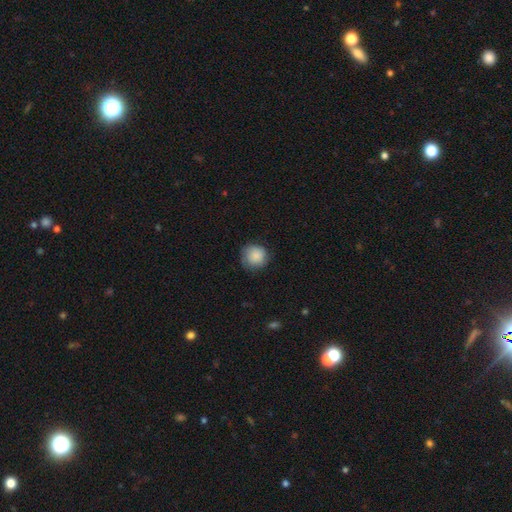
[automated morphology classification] Smooth or featured: smooth — 86% (star or artifact — 7%)
How rounded: round — 92% (in between — 7%)
Merging: none — 80% (minor disturbance — 16%)